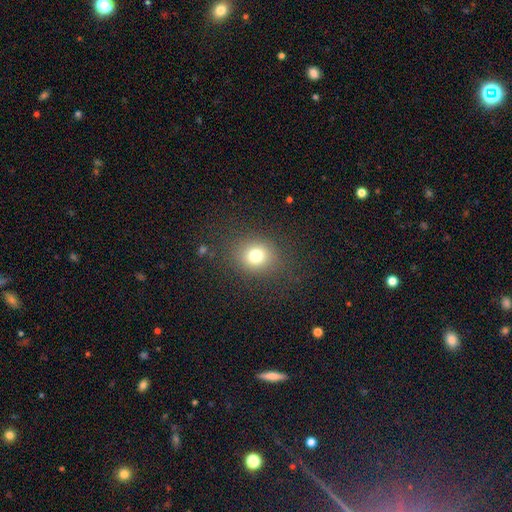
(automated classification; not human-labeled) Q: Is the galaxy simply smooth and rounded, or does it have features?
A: smooth — 77%.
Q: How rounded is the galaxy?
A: round — 73%.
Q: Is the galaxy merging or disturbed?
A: none — 83%.